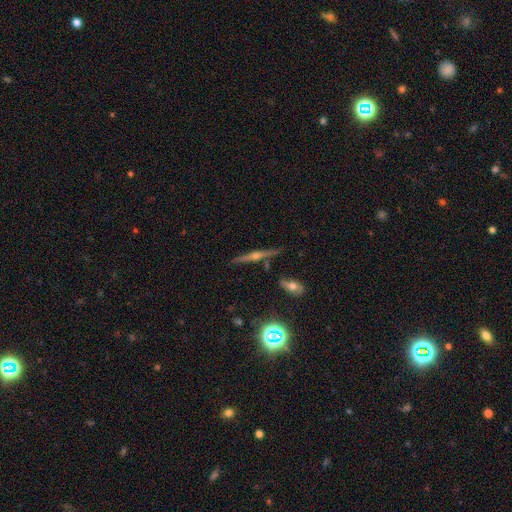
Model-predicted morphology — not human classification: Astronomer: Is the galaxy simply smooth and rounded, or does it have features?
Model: featured or disk — 74%.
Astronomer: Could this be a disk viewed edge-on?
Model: yes — 97%.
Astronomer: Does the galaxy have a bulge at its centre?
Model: rounded — 90%.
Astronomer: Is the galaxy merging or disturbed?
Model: none — 85%.